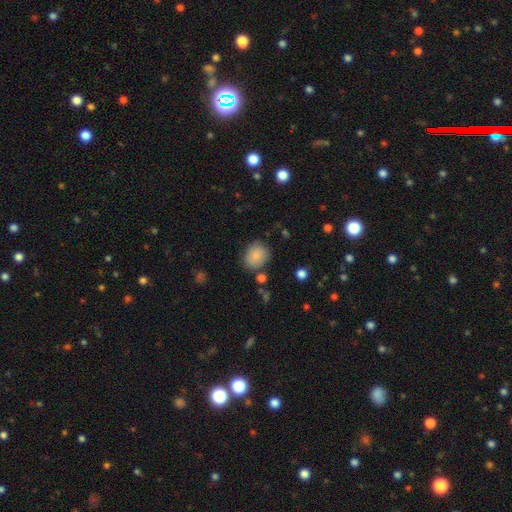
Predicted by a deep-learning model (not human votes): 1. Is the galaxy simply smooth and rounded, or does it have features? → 86% smooth, 8% star or artifact, 6% featured or disk.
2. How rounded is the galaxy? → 50% round, 49% in between, 1% cigar-shaped.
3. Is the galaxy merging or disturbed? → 77% none, 15% minor disturbance, 4% major disturbance, 4% merger.